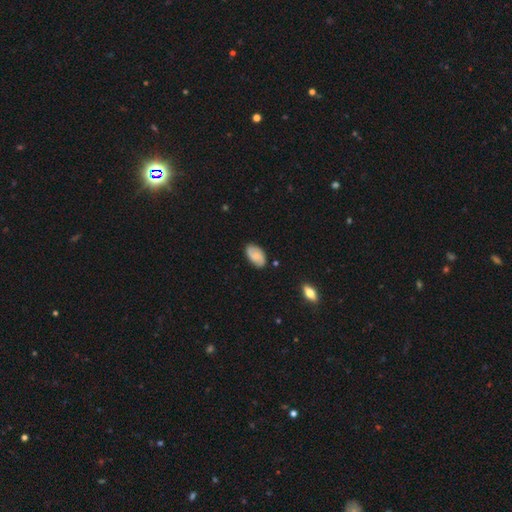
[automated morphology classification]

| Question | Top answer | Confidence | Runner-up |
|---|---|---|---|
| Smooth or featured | smooth | 67% | featured or disk (25%) |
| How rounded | in between | 93% | round (5%) |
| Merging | none | 82% | minor disturbance (14%) |